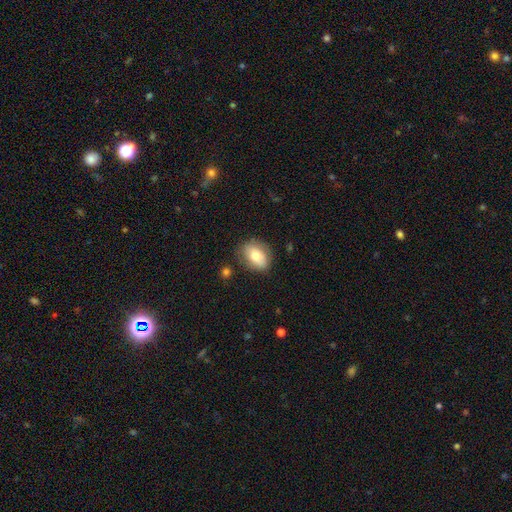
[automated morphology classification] Smooth or featured: smooth — 75% (featured or disk — 18%)
How rounded: in between — 78% (round — 20%)
Merging: none — 79% (minor disturbance — 15%)